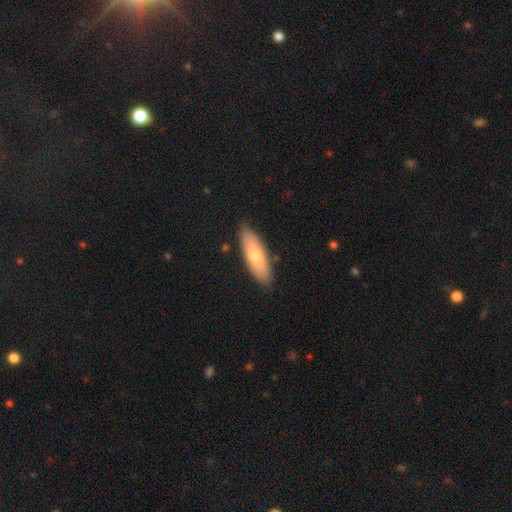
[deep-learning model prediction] smooth_or_featured: smooth (p=0.67) [alt: featured or disk p=0.27]
how_rounded: in between (p=0.51) [alt: cigar-shaped p=0.47]
merging: none (p=0.86) [alt: minor disturbance p=0.10]